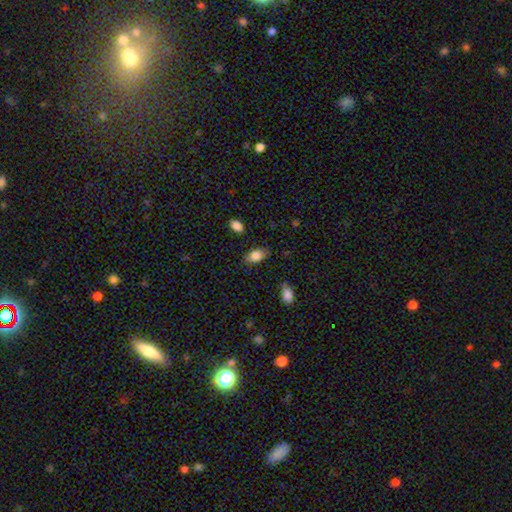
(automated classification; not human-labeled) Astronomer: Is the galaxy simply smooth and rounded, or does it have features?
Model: smooth — 85%.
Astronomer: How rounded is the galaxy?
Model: in between — 87%.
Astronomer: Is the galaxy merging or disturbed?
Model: none — 79%.